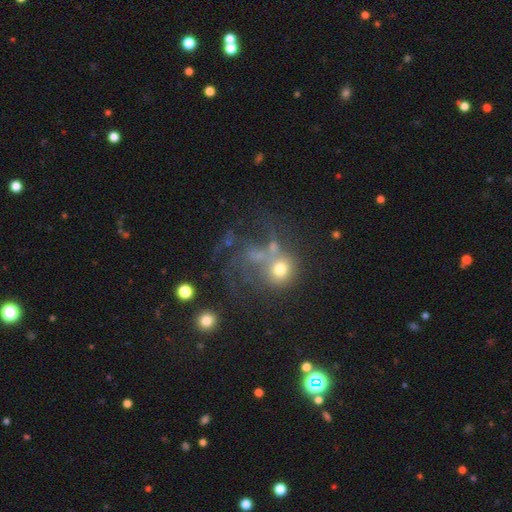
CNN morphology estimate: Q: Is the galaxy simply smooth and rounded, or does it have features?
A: smooth — 41%.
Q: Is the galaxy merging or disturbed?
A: none — 34%.